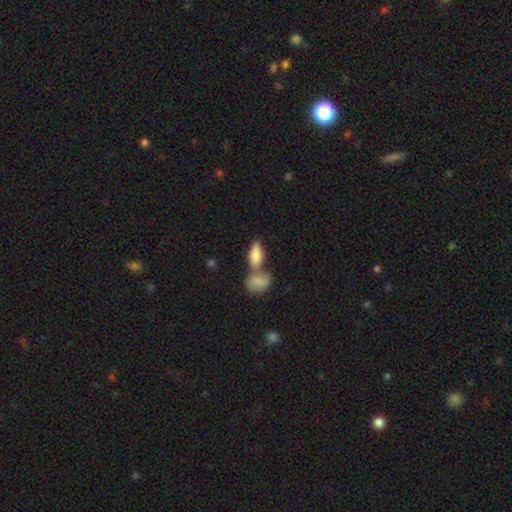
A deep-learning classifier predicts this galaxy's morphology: This is clearly a smooth galaxy (82%). How rounded: clearly in between (88%). Merging: possibly merger (53%).